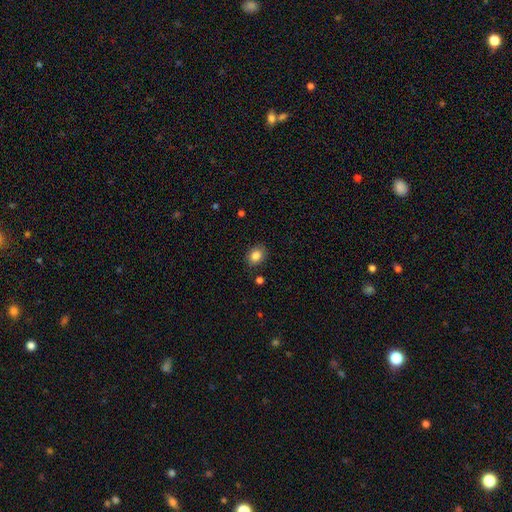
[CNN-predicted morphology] The model was most divided on "how rounded": in between: 52%, round: 47%, cigar-shaped: 1%. More confident: smooth or featured — smooth (85%); merging — none (85%).